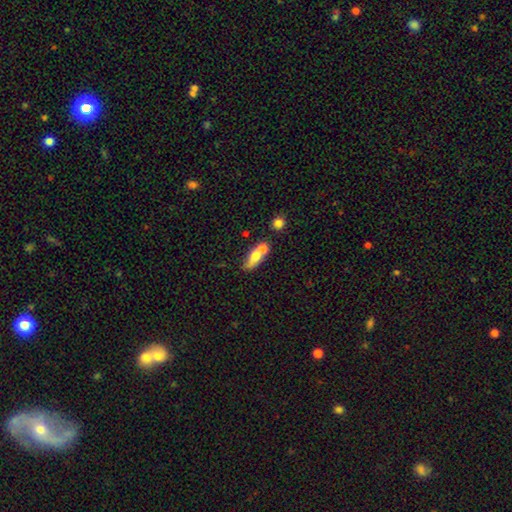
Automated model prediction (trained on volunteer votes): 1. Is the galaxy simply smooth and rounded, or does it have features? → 64% smooth, 27% featured or disk, 9% star or artifact.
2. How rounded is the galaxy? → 62% in between, 26% cigar-shaped, 12% round.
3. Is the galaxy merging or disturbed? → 50% merger, 30% none, 13% minor disturbance, 7% major disturbance.